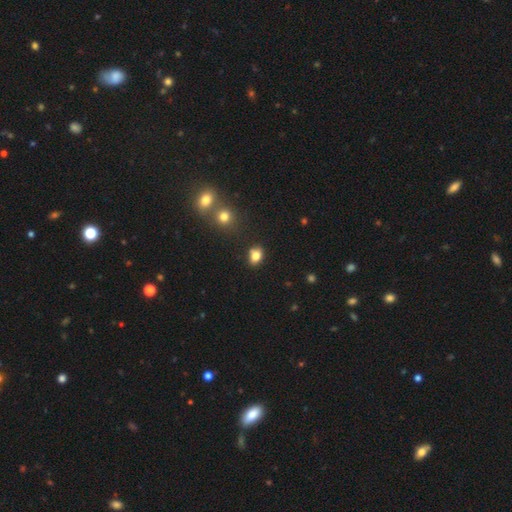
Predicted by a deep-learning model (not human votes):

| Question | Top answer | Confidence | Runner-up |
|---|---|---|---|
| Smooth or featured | smooth | 82% | star or artifact (11%) |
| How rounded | in between | 69% | round (30%) |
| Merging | none | 77% | minor disturbance (14%) |